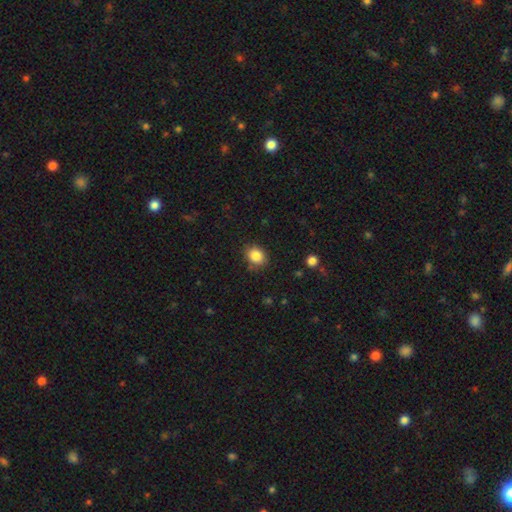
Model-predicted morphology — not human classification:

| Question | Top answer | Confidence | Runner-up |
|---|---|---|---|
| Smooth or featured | smooth | 85% | star or artifact (10%) |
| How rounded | round | 56% | in between (43%) |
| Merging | none | 83% | minor disturbance (12%) |